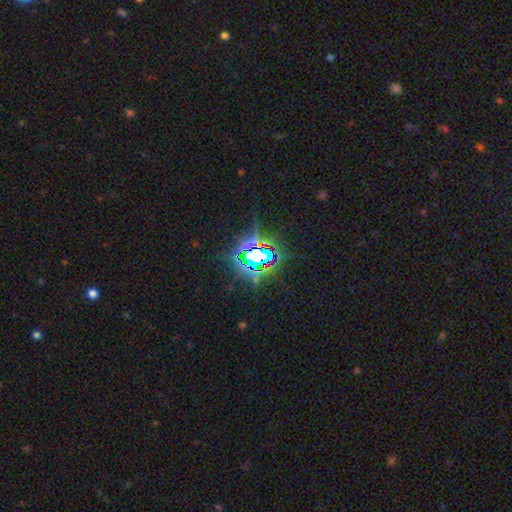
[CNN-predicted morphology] star or artifact 81%, featured or disk 10%, smooth 9%.